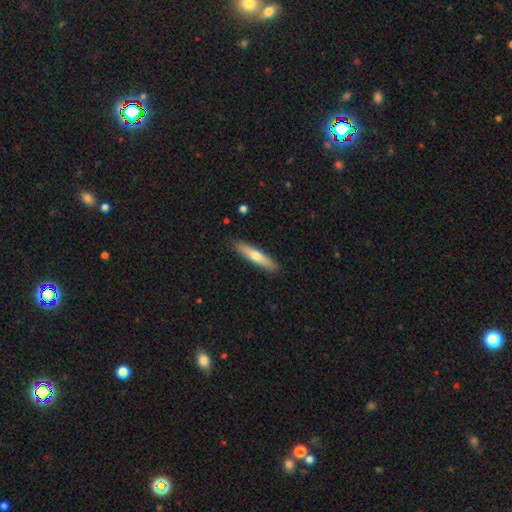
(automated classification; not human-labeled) smooth-or-featured: smooth: 60% | featured or disk: 35% | star or artifact: 5%
  how-rounded: cigar-shaped: 87% | in between: 11% | round: 1%
  merging: none: 90% | minor disturbance: 7% | major disturbance: 1% | merger: 1%